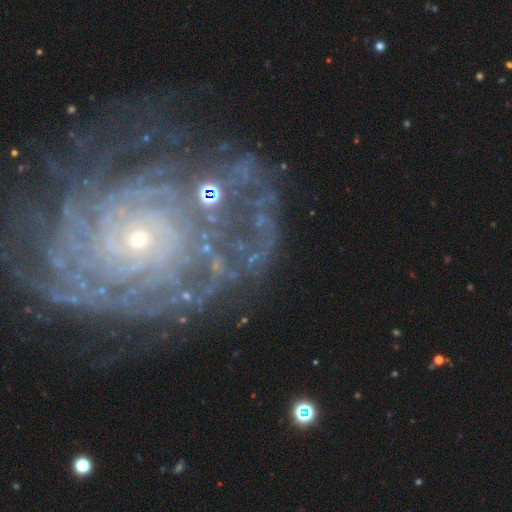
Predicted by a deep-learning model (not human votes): smooth-or-featured: featured or disk: 79% | star or artifact: 12% | smooth: 9%
  disk-edge-on: no: 96% | yes: 4%
    bar: no: 74% | weak: 17% | strong: 9%
    has-spiral-arms: yes: 88% | no: 12%
      spiral-winding: tight: 74% | medium: 19% | loose: 7%
      spiral-arm-count: can't tell: 36% | more than 4: 20% | 4: 12% | 3: 12% | 2: 11% | 1: 8%
    bulge-size: small: 72% | moderate: 21% | none: 3% | large: 2% | dominant: 1%
  merging: none: 64% | major disturbance: 16% | minor disturbance: 16% | merger: 5%